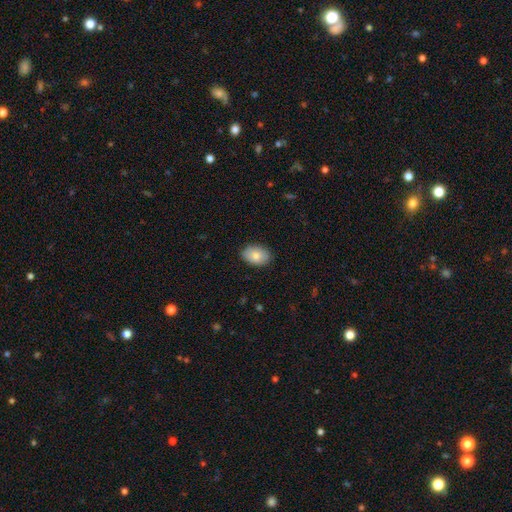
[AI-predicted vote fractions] Smooth or featured?
  - smooth: 82% *
  - featured or disk: 12%
  - star or artifact: 7%
How rounded?
  - in between: 83% *
  - round: 16%
  - cigar-shaped: 1%
Merging?
  - none: 87% *
  - minor disturbance: 10%
  - major disturbance: 2%
  - merger: 1%